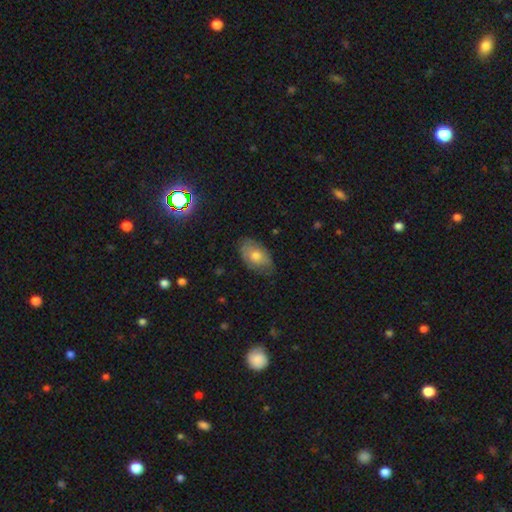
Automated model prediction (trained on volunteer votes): Smooth or featured?
  - smooth: 65% *
  - featured or disk: 27%
  - star or artifact: 9%
How rounded?
  - in between: 90% *
  - round: 8%
  - cigar-shaped: 2%
Merging?
  - none: 71% *
  - minor disturbance: 23%
  - major disturbance: 5%
  - merger: 1%